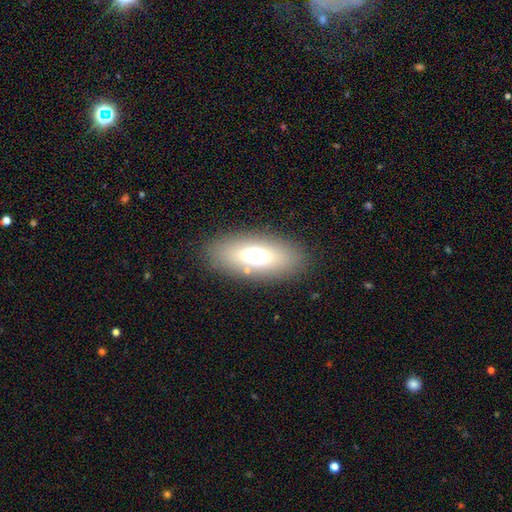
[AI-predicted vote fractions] Smooth or featured? smooth (68%)
How rounded? in between (81%)
Merging? none (82%)